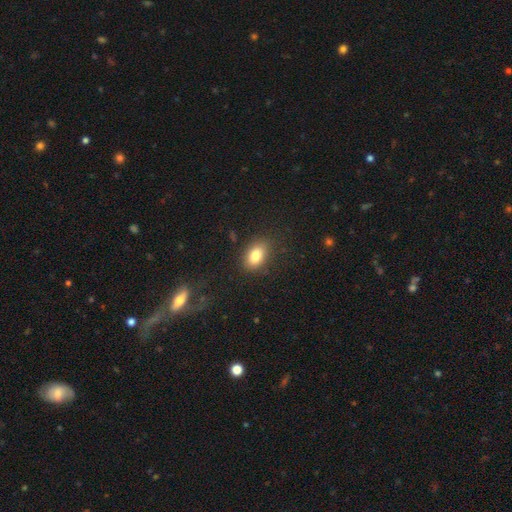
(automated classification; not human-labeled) A smooth galaxy with no disk features (82%) that is in between round and cigar-shaped (85%). Merging: none (83%).